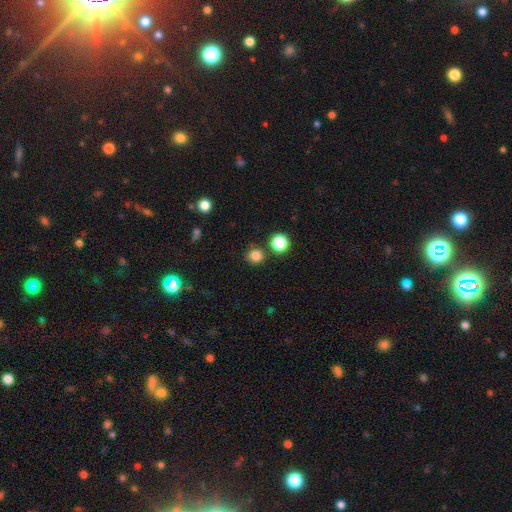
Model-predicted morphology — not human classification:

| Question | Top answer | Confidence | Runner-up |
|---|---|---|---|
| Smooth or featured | smooth | 82% | star or artifact (14%) |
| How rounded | round | 89% | in between (10%) |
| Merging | none | 81% | minor disturbance (8%) |